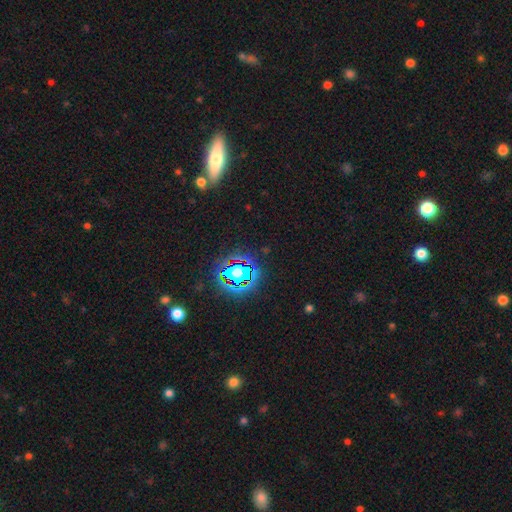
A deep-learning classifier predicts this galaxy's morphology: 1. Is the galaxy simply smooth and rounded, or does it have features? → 71% star or artifact, 17% smooth, 12% featured or disk.